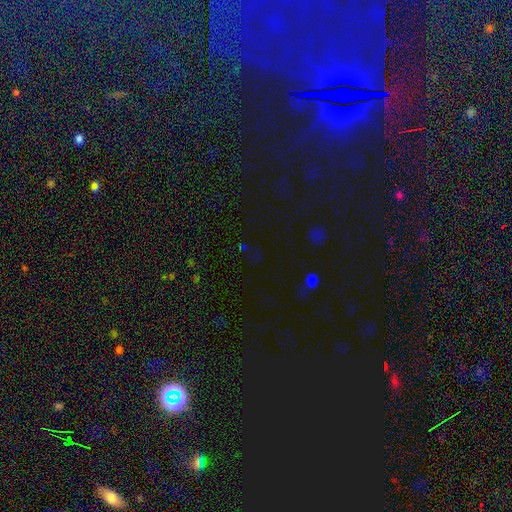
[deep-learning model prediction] smooth-or-featured: star or artifact: 65% | smooth: 26% | featured or disk: 9%